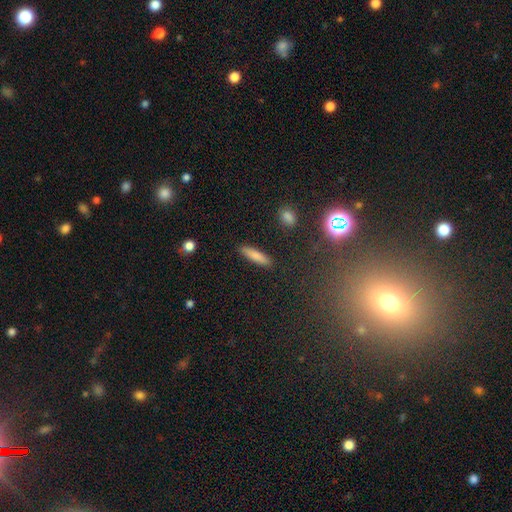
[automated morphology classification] Smooth or featured? smooth (82%)
How rounded? cigar-shaped (79%)
Merging? none (90%)